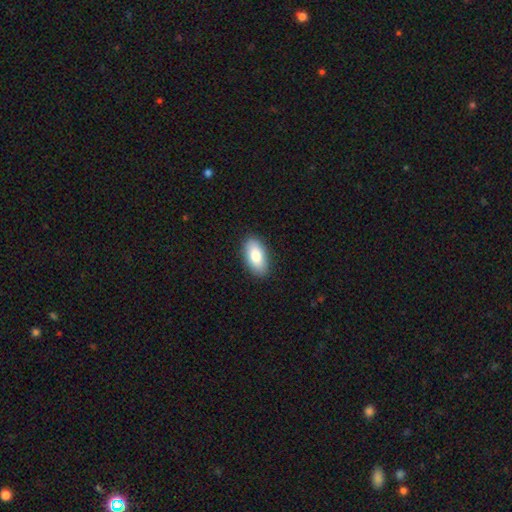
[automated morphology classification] smooth_or_featured: smooth (p=0.83) [alt: featured or disk p=0.11]
how_rounded: in between (p=0.92) [alt: cigar-shaped p=0.05]
merging: none (p=0.89) [alt: minor disturbance p=0.09]